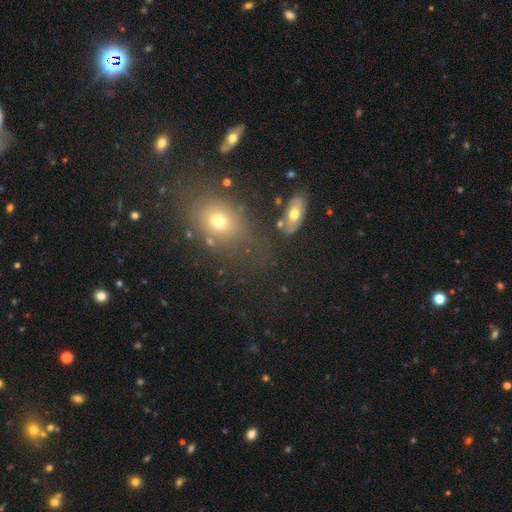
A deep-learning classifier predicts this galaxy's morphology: type=smooth (58%); roundness=in between (66%); merging=none (73%).